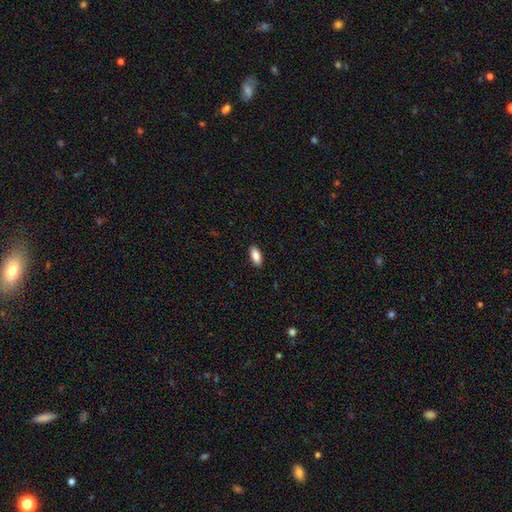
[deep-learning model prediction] smooth 88%, star or artifact 7%, featured or disk 5%. Down the decision tree: how rounded — in between (87%); merging — none (90%).